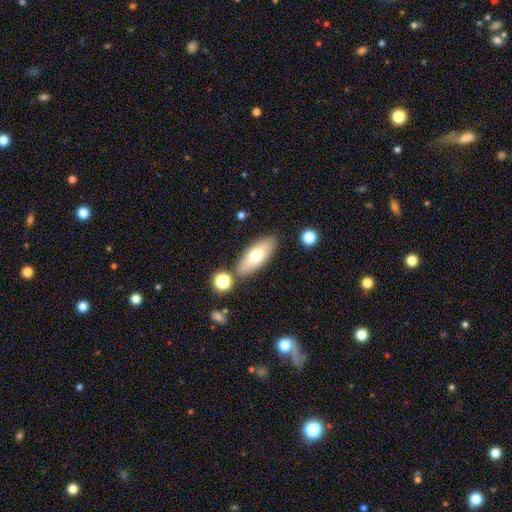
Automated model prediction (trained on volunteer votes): This is likely a smooth galaxy (68%). How rounded: likely in between (76%). Merging: clearly none (81%).